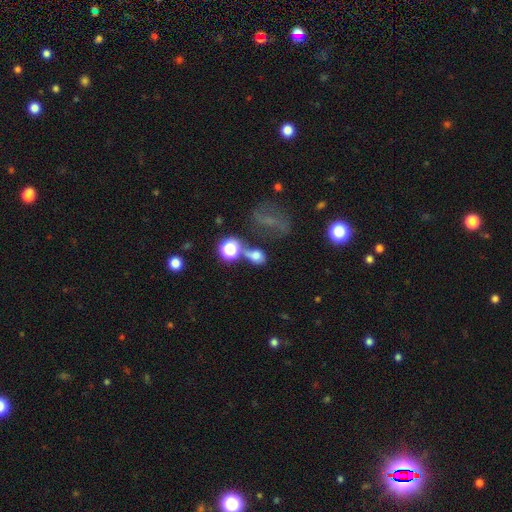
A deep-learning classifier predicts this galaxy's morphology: The model was most divided on "merging": merger: 37%, none: 32%, major disturbance: 17%, minor disturbance: 14%. More confident: smooth or featured — smooth (62%); how rounded — in between (54%).